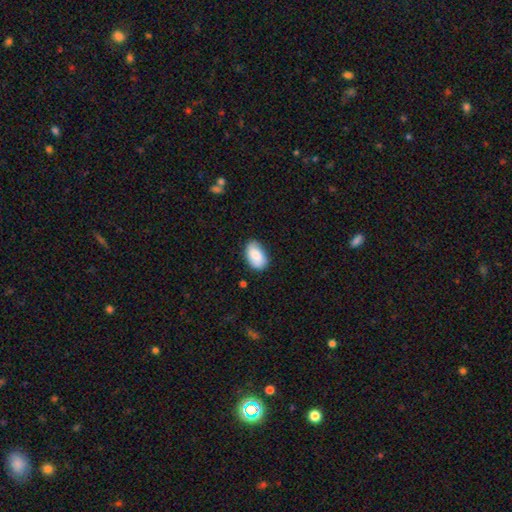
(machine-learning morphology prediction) This is clearly a smooth galaxy (83%). How rounded: clearly in between (92%). Merging: likely none (79%).